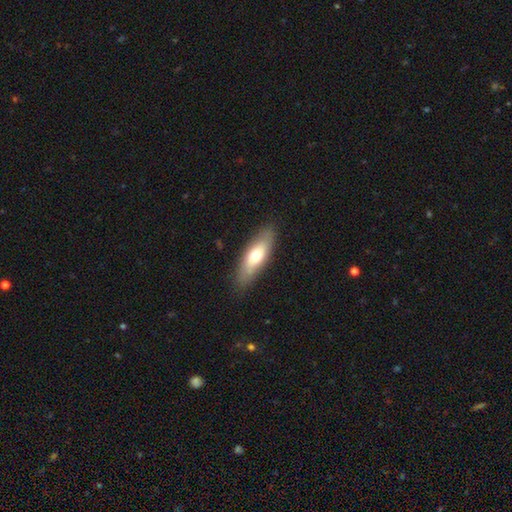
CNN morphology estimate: This appears to be a smooth galaxy with no disk features (63%) that is in between round and cigar-shaped (61%). Merging: none (84%).